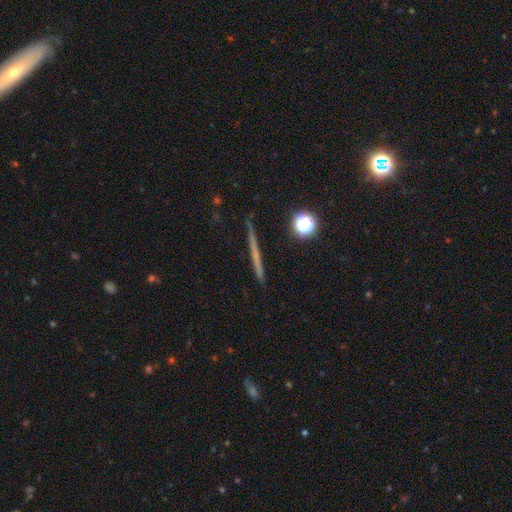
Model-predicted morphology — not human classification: Smooth or featured? featured or disk (52%)
Edge-on disk? yes (97%)
Merging? none (90%)